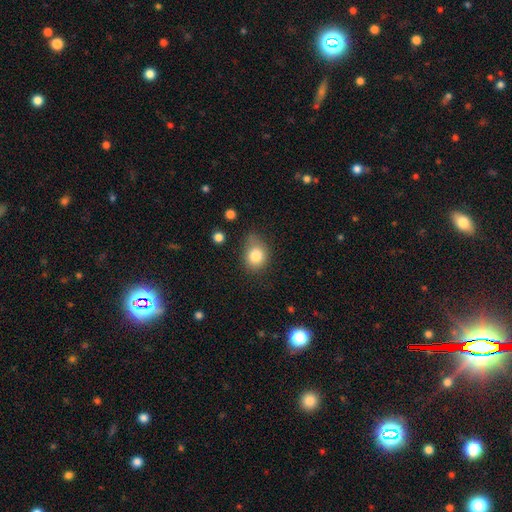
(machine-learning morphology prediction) Smooth or featured? Predicted: smooth (p=0.82). How rounded? Predicted: round (p=0.55). Merging? Predicted: none (p=0.55).